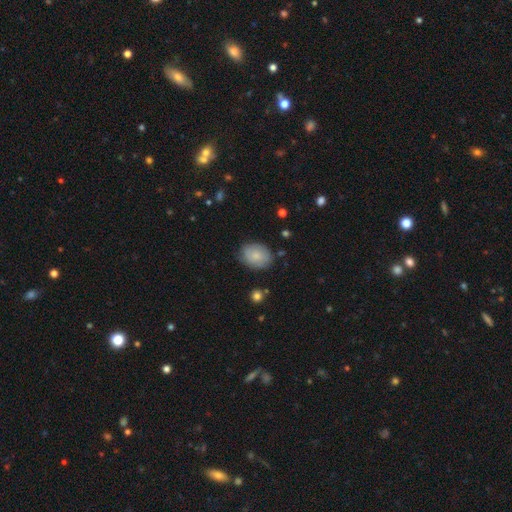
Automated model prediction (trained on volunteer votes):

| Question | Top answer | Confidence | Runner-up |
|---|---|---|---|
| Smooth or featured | smooth | 73% | featured or disk (20%) |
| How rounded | in between | 64% | round (35%) |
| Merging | none | 75% | minor disturbance (19%) |